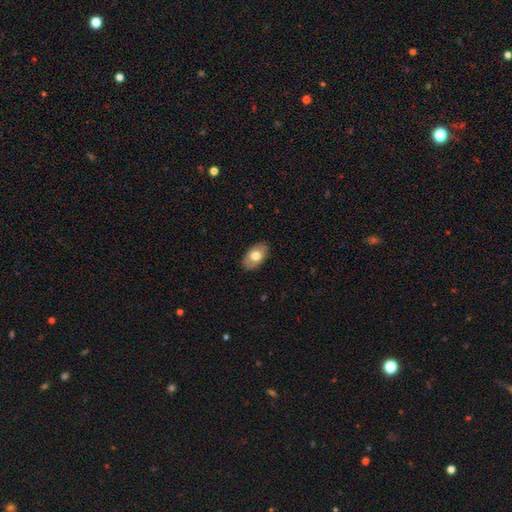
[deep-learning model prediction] smooth_or_featured: smooth (p=0.66) [alt: featured or disk p=0.28]
how_rounded: in between (p=0.91) [alt: round p=0.07]
merging: none (p=0.86) [alt: minor disturbance p=0.11]